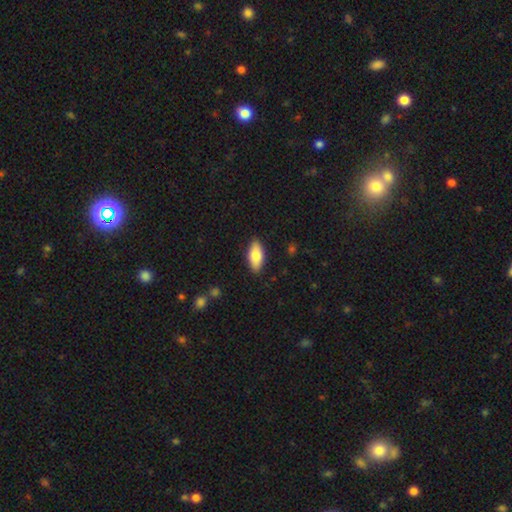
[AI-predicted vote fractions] Smooth or featured? Predicted: smooth (p=0.80). How rounded? Predicted: in between (p=0.88). Merging? Predicted: none (p=0.88).